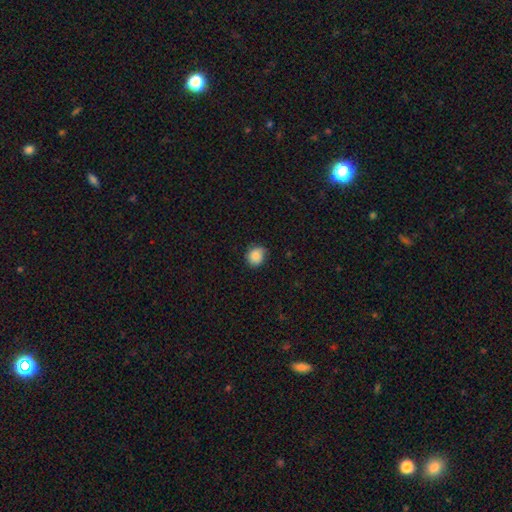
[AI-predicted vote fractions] Smooth or featured?
  - smooth: 84% *
  - star or artifact: 9%
  - featured or disk: 7%
How rounded?
  - round: 79% *
  - in between: 20%
  - cigar-shaped: 1%
Merging?
  - none: 74% *
  - minor disturbance: 22%
  - major disturbance: 4%
  - merger: 1%